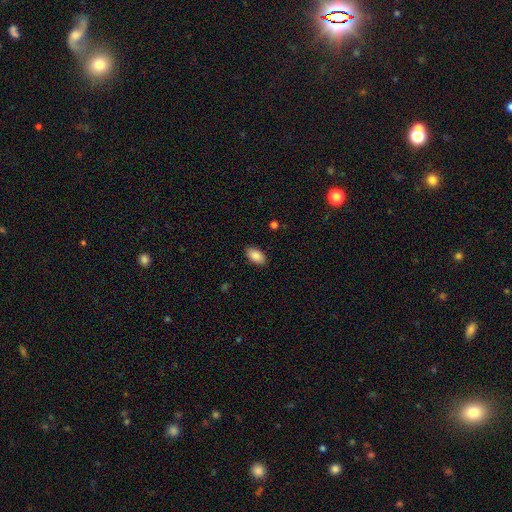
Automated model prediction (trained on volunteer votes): A smooth galaxy with no disk features (88%) that is in between round and cigar-shaped (94%). Merging: none (88%).